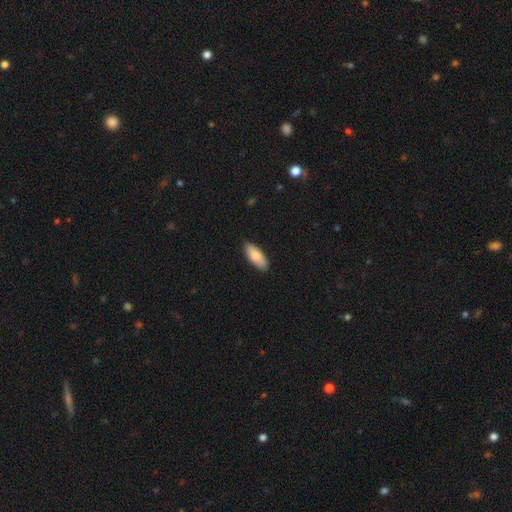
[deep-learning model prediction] The model was most divided on "how rounded": in between: 79%, cigar-shaped: 19%, round: 2%. More confident: merging — none (88%); smooth or featured — smooth (82%).